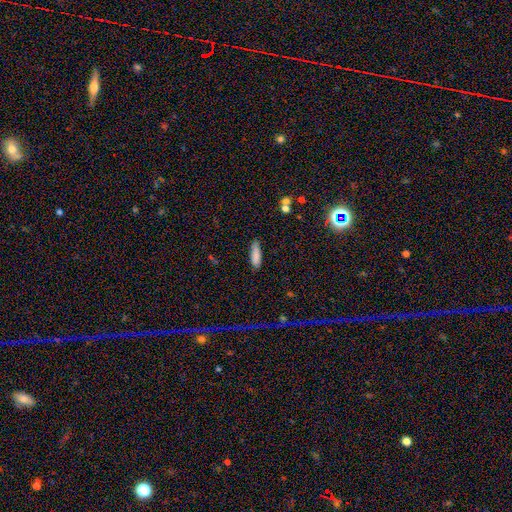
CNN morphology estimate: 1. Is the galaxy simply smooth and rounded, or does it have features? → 85% smooth, 8% star or artifact, 7% featured or disk.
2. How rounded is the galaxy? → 55% cigar-shaped, 43% in between, 2% round.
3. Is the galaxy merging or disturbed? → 81% none, 14% minor disturbance, 3% major disturbance, 2% merger.